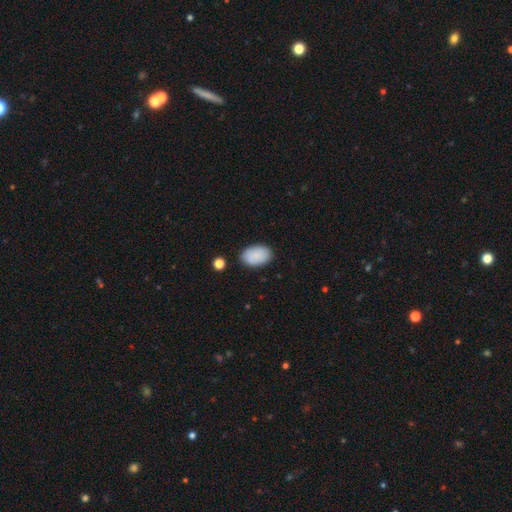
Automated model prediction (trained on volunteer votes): Morphology: type=smooth (88%); roundness=in between (91%); merging=none (85%).